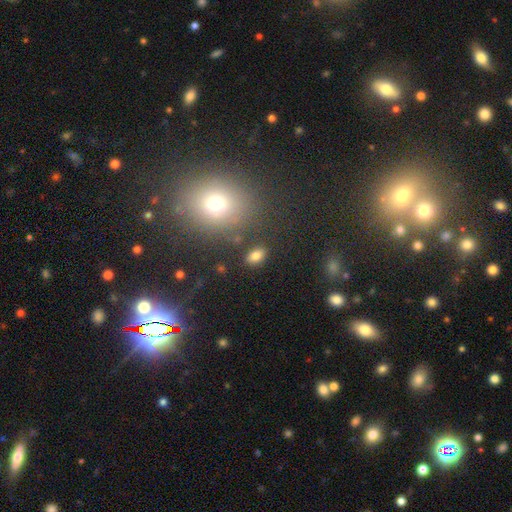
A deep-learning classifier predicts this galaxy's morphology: smooth_or_featured: smooth (p=0.81) [alt: star or artifact p=0.12]
how_rounded: in between (p=0.87) [alt: round p=0.11]
merging: none (p=0.84) [alt: minor disturbance p=0.10]